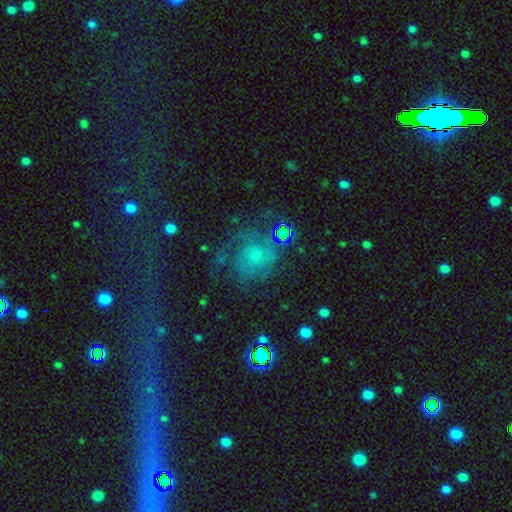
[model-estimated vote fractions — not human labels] smooth-or-featured: featured or disk: 57% | smooth: 26% | star or artifact: 18%
  disk-edge-on: no: 97% | yes: 3%
    bar: no: 77% | weak: 20% | strong: 4%
    has-spiral-arms: yes: 83% | no: 17%
    bulge-size: small: 44% | moderate: 33% | none: 14% | large: 7% | dominant: 2%
  merging: none: 56% | minor disturbance: 20% | major disturbance: 20% | merger: 4%